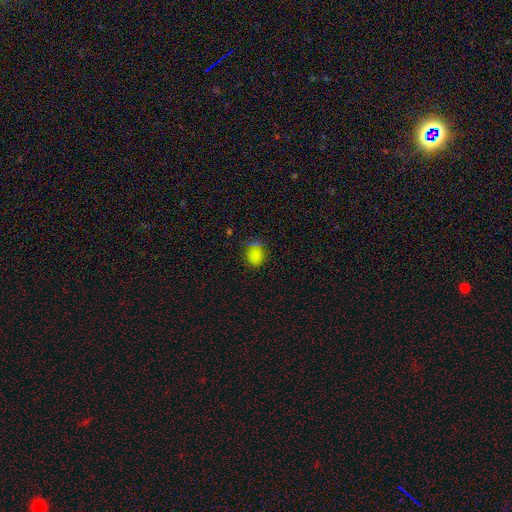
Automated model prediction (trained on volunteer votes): Q: Smooth or featured?
A: smooth (79%); runner-up: star or artifact (14%)
Q: How rounded?
A: round (53%); runner-up: in between (45%)
Q: Merging?
A: none (70%); runner-up: minor disturbance (19%)